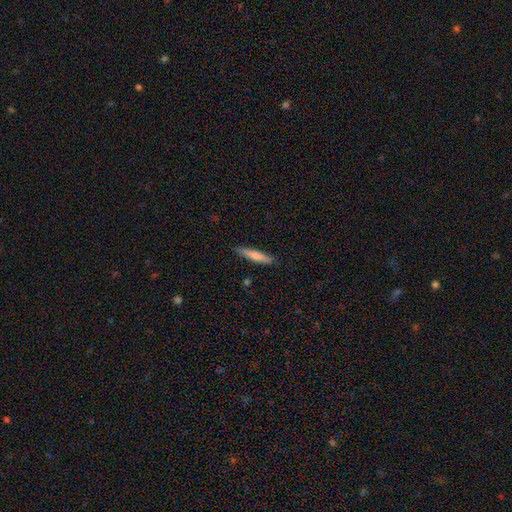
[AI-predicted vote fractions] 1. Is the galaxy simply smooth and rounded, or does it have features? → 65% smooth, 29% featured or disk, 6% star or artifact.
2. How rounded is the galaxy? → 88% cigar-shaped, 10% in between, 2% round.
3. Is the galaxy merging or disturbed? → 87% none, 10% minor disturbance, 2% major disturbance, 1% merger.